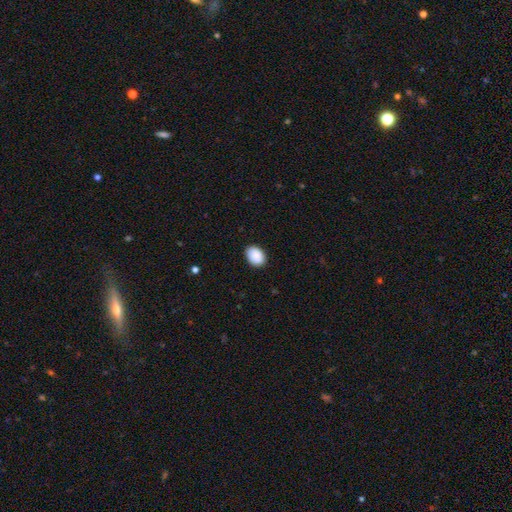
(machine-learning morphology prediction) type=smooth (91%); roundness=in between (76%); merging=none (88%).